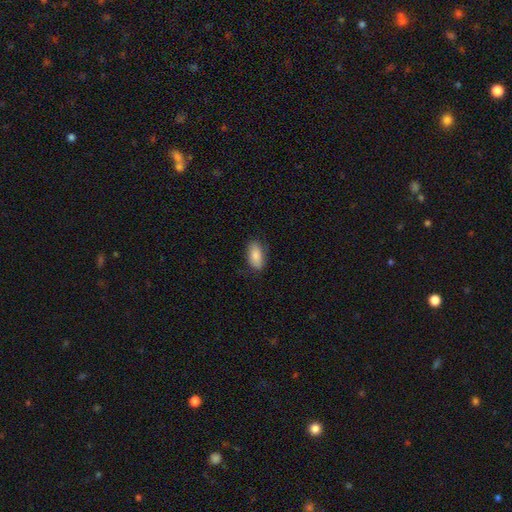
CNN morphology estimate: Smooth or featured?
  - smooth: 85% *
  - featured or disk: 8%
  - star or artifact: 6%
How rounded?
  - in between: 90% *
  - cigar-shaped: 7%
  - round: 3%
Merging?
  - none: 79% *
  - minor disturbance: 16%
  - major disturbance: 4%
  - merger: 1%